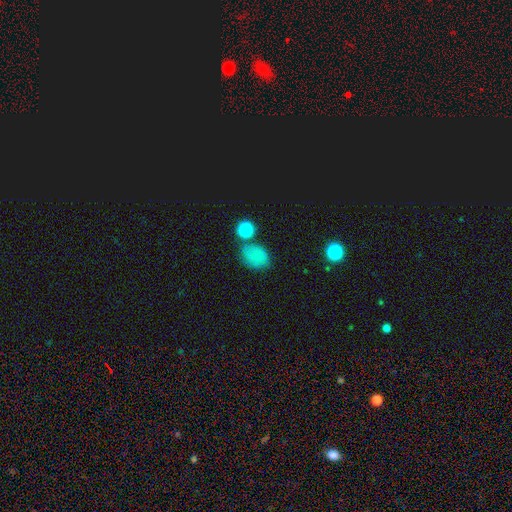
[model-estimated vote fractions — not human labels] Smooth or featured: smooth — 68% (featured or disk — 17%)
How rounded: in between — 58% (round — 41%)
Merging: none — 60% (minor disturbance — 21%)